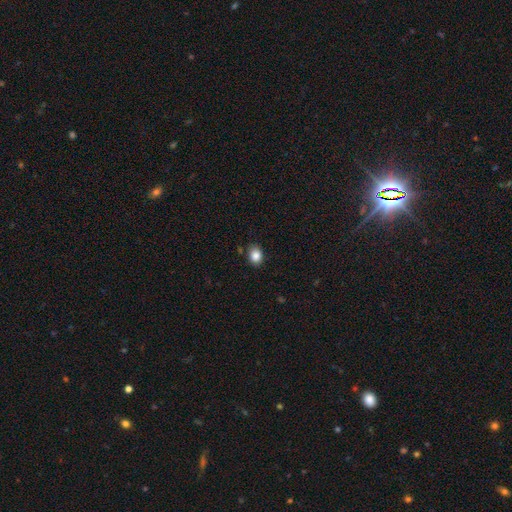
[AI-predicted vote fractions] Smooth or featured: smooth — 86% (star or artifact — 10%)
How rounded: in between — 58% (round — 41%)
Merging: none — 85% (minor disturbance — 11%)